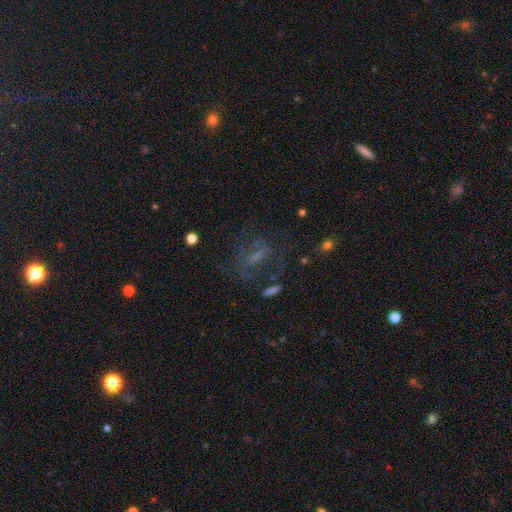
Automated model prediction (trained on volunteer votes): A featured or disk galaxy (41%). Merging: none (54%).